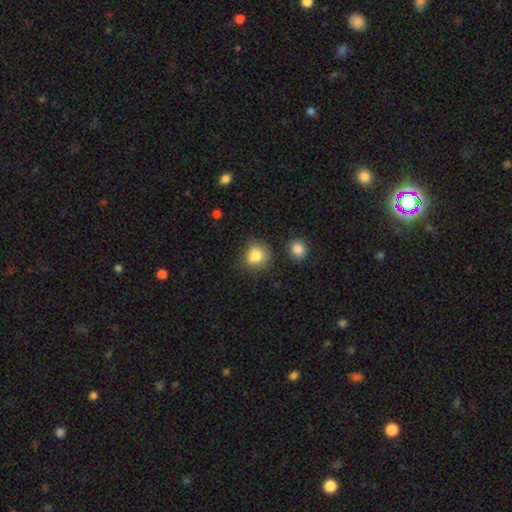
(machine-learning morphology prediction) The model was most divided on "merging": none: 74%, minor disturbance: 17%, major disturbance: 5%, merger: 4%. More confident: smooth or featured — smooth (84%); how rounded — round (83%).